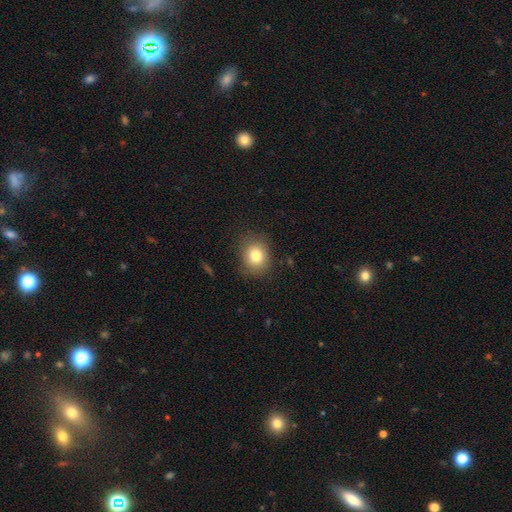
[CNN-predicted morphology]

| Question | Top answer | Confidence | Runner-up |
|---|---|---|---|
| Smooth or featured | smooth | 79% | star or artifact (11%) |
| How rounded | round | 67% | in between (32%) |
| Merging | none | 81% | minor disturbance (13%) |